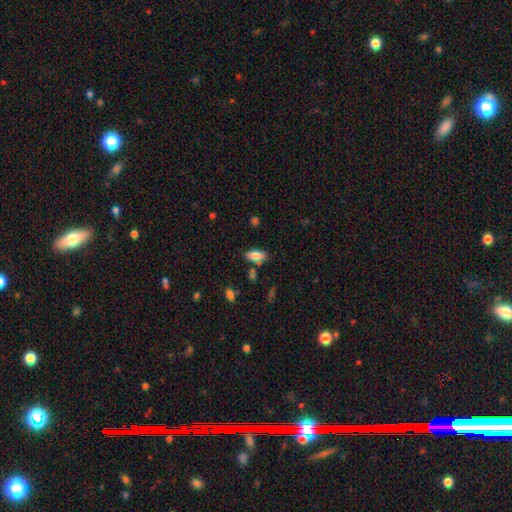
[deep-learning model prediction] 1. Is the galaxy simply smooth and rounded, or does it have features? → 83% smooth, 10% featured or disk, 8% star or artifact.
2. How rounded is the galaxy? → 81% in between, 17% cigar-shaped, 2% round.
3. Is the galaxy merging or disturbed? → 75% none, 14% minor disturbance, 7% merger, 3% major disturbance.